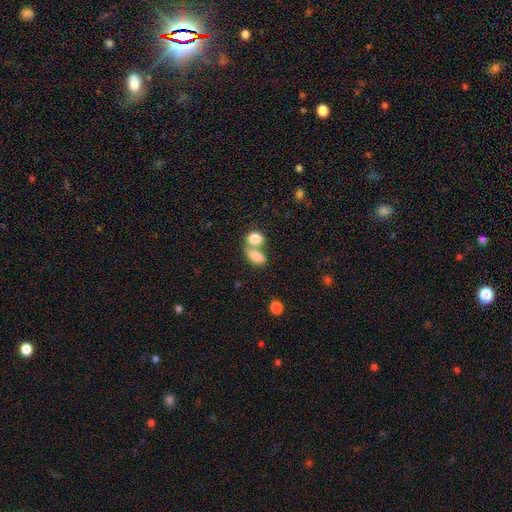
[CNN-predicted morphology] Overall: smooth (83%). How rounded: in between (84%). Merging: merger (65%).